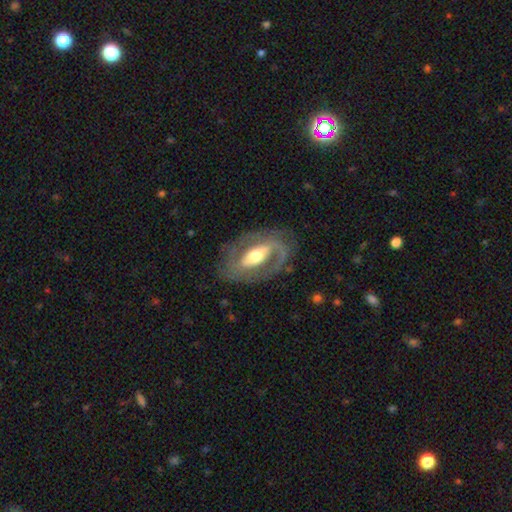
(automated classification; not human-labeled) The model was most divided on "spiral winding": medium: 45%, tight: 35%, loose: 20%. Remaining: edge-on disk — no (94%); spiral arms — yes (85%); smooth or featured — featured or disk (83%); spiral arm count — 2 (80%); merging — none (76%); bulge size — moderate (63%); bar — strong (44%).